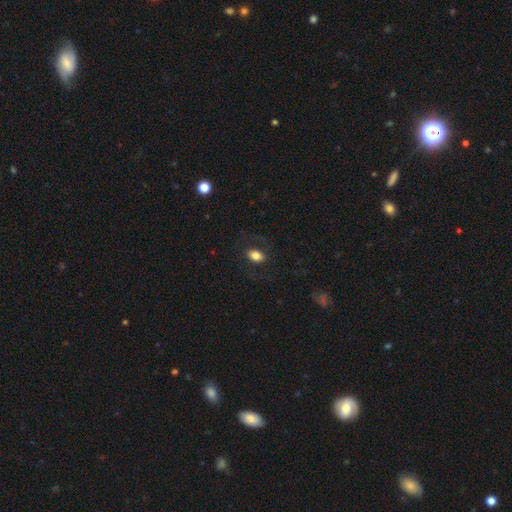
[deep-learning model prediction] Smooth or featured? Predicted: smooth (p=0.80). How rounded? Predicted: in between (p=0.75). Merging? Predicted: none (p=0.81).